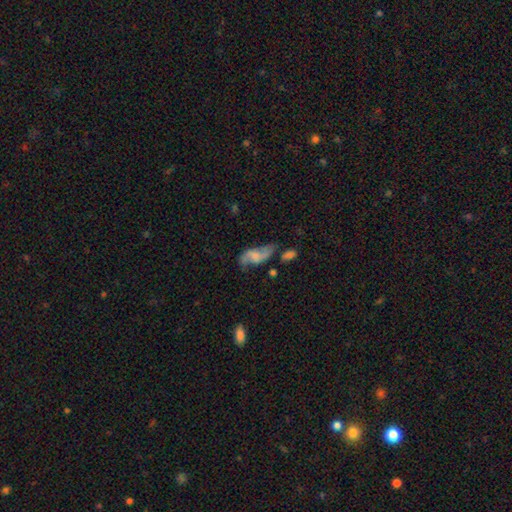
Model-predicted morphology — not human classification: Smooth or featured? Predicted: featured or disk (p=0.57). Edge-on disk? Predicted: no (p=0.93). Bar? Predicted: no (p=0.58). Spiral arms? Predicted: yes (p=0.82). Bulge size? Predicted: small (p=0.34). Merging? Predicted: none (p=0.41).